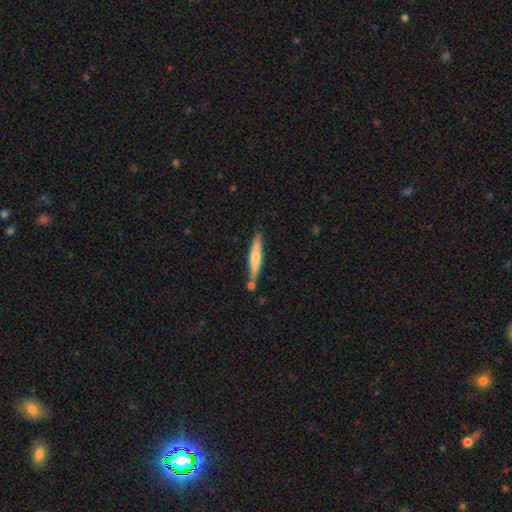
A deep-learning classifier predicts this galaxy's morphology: Smooth or featured?
  - smooth: 54% *
  - featured or disk: 40%
  - star or artifact: 6%
How rounded?
  - cigar-shaped: 91% *
  - in between: 7%
  - round: 1%
Merging?
  - none: 76% *
  - minor disturbance: 13%
  - merger: 8%
  - major disturbance: 2%